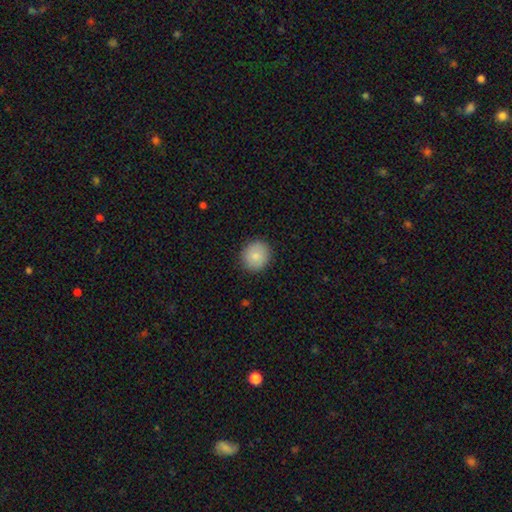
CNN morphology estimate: A smooth galaxy with no disk features (85%) that is round (90%).

Vote fractions:
- Smooth or featured? smooth: 85% / star or artifact: 7% / featured or disk: 7%
- How rounded? round: 90% / in between: 9% / cigar-shaped: 1%
- Merging? none: 90% / minor disturbance: 7% / major disturbance: 2% / merger: 1%